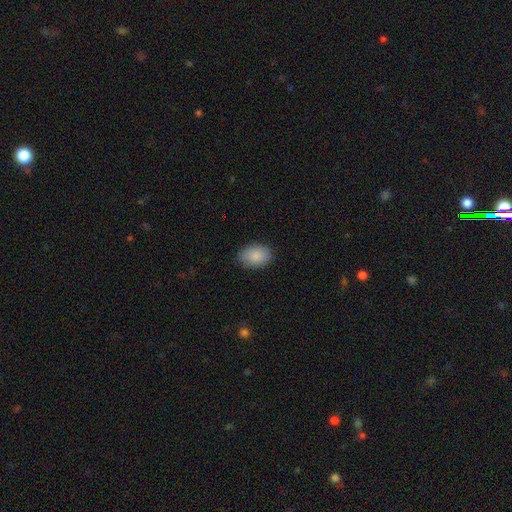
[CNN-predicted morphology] A smooth galaxy with no disk features (88%) that is in between round and cigar-shaped (85%). Merging: none (83%).